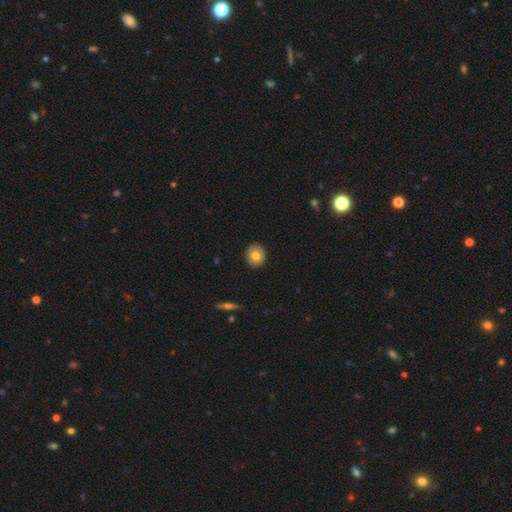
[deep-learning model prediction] Overall: smooth (79%). How rounded: round (82%). Merging: none (91%).